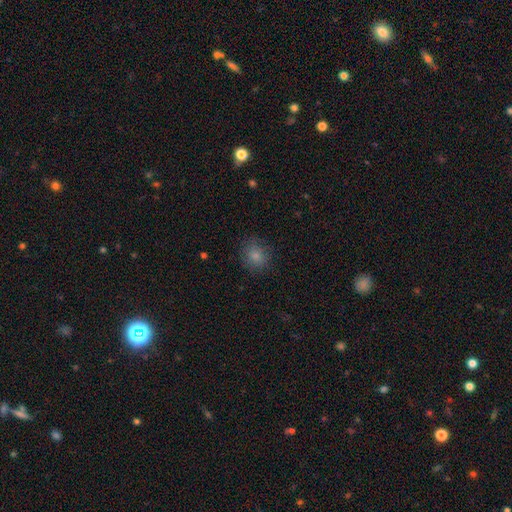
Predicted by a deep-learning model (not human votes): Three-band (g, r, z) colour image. It shows a smooth galaxy with no disk features (83%) that is round (79%). Merging: none (82%).